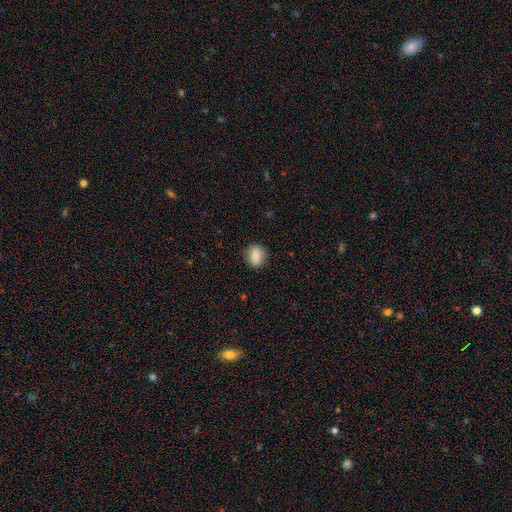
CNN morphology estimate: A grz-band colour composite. It shows a smooth galaxy with no disk features (81%) that is round (68%). Merging: none (86%).